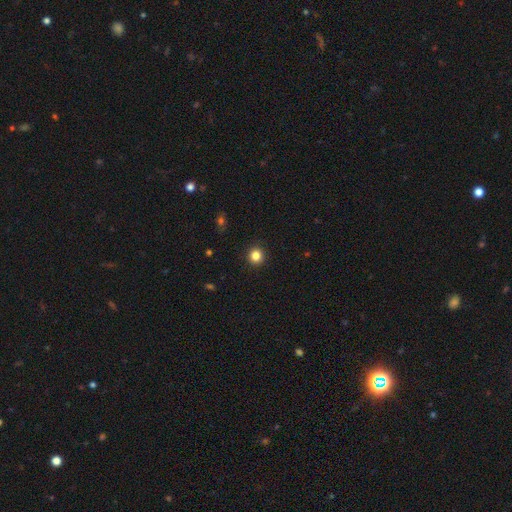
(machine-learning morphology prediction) A smooth galaxy with no disk features (84%) that is round (94%). Merging: none (93%).